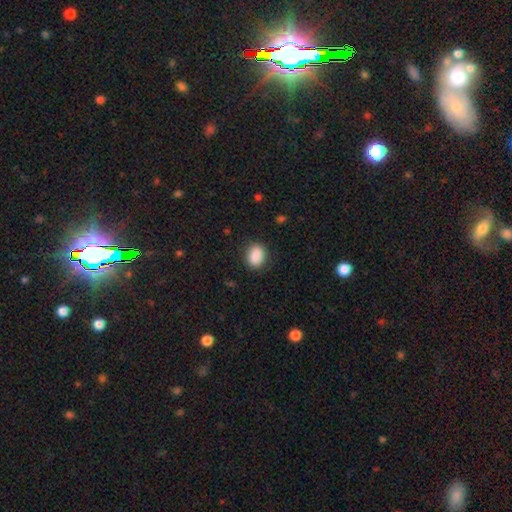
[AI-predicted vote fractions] This appears to be a smooth galaxy with no disk features (89%) that is in between round and cigar-shaped (74%). Merging: none (87%).